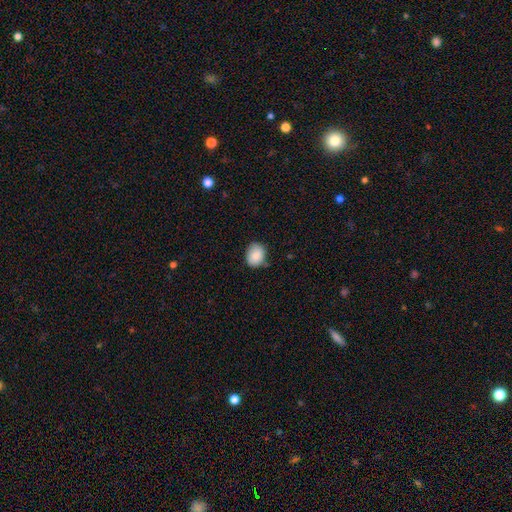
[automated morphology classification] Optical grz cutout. It shows a smooth galaxy with no disk features (88%) that is in between round and cigar-shaped (53%). Merging: none (74%).